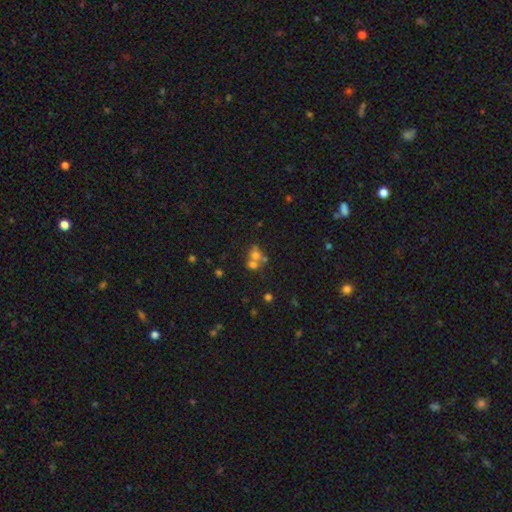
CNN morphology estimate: Overall: smooth (61%). How rounded: round (71%). Merging: merger (57%; none 32%).